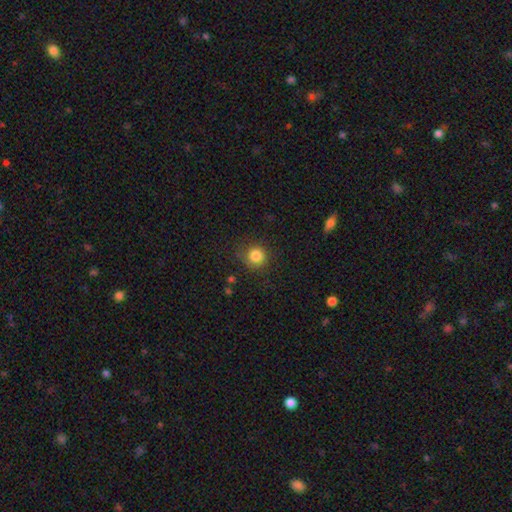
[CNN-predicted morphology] A smooth galaxy with no disk features (84%) that is round (91%). Merging: none (81%).